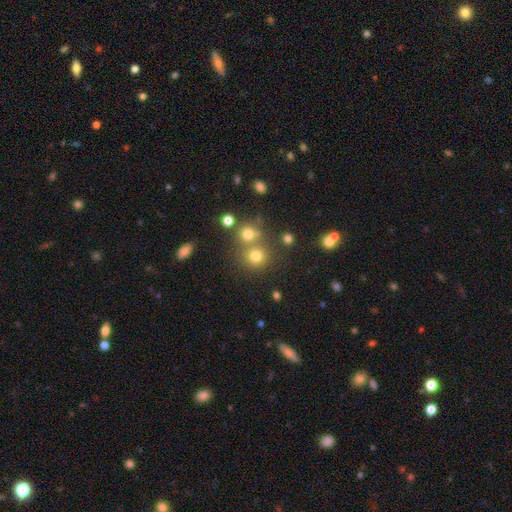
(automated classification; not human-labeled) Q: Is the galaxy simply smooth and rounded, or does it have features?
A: smooth — 74%.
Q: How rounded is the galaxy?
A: round — 89%.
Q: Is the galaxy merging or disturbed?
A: none — 64%.